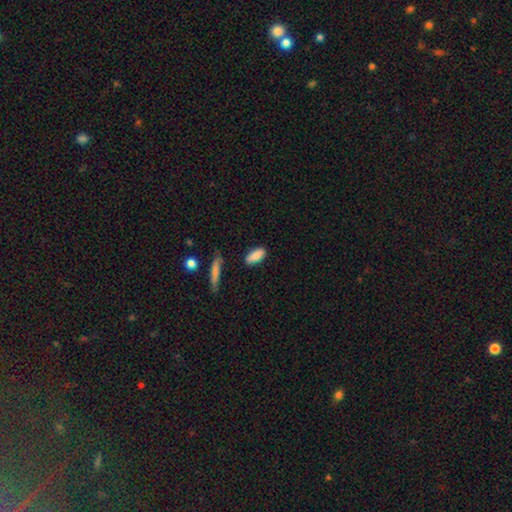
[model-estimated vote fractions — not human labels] The model was most divided on "how rounded": in between: 80%, cigar-shaped: 17%, round: 2%. More confident: smooth or featured — smooth (87%); merging — none (81%).